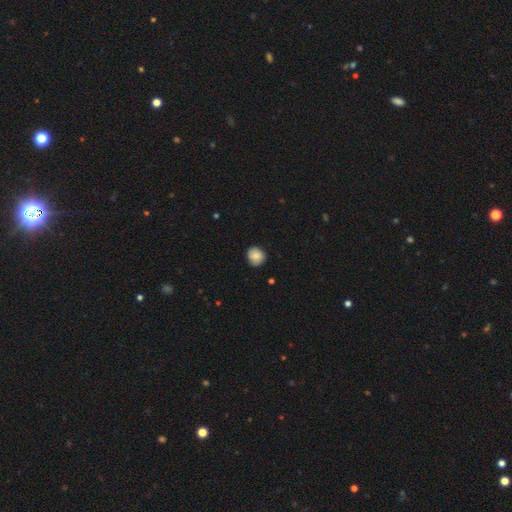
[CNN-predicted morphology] smooth-or-featured: smooth: 84% | featured or disk: 8% | star or artifact: 8%
  how-rounded: round: 82% | in between: 17% | cigar-shaped: 1%
  merging: none: 82% | minor disturbance: 14% | major disturbance: 2% | merger: 1%